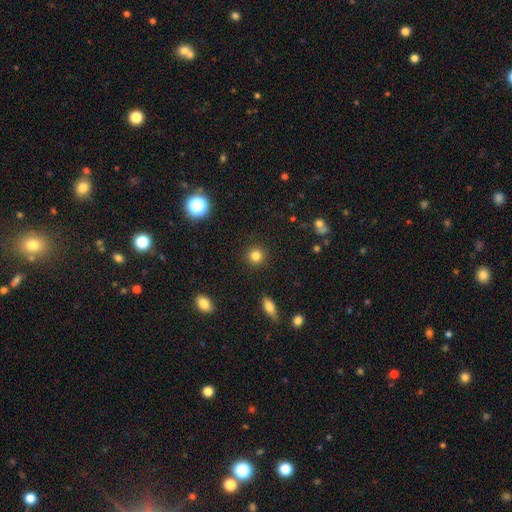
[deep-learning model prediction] This is clearly a smooth galaxy (83%). How rounded: clearly round (93%). Merging: clearly none (92%).